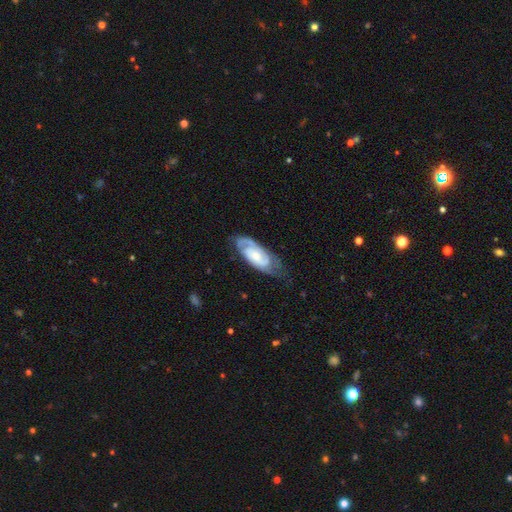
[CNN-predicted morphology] smooth-or-featured: featured or disk: 78% | smooth: 17% | star or artifact: 5%
  disk-edge-on: no: 93% | yes: 7%
    bar: no: 61% | weak: 31% | strong: 8%
    has-spiral-arms: yes: 94% | no: 6%
      spiral-winding: tight: 54% | medium: 37% | loose: 10%
      spiral-arm-count: 2: 64% | can't tell: 19% | 1: 7% | 3: 6% | 4: 2% | more than 4: 2%
    bulge-size: small: 49% | moderate: 39% | none: 6% | large: 5% | dominant: 1%
  merging: none: 61% | minor disturbance: 26% | major disturbance: 12% | merger: 2%